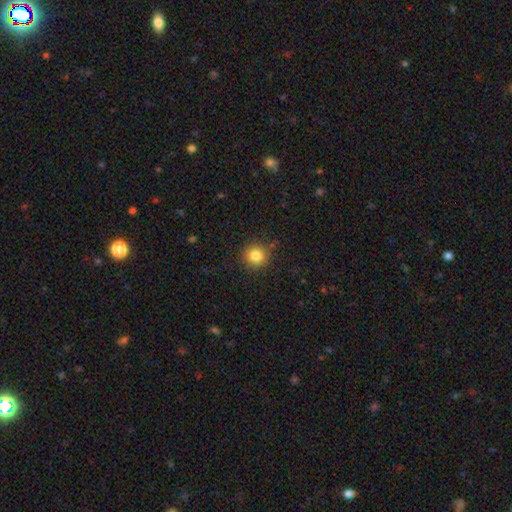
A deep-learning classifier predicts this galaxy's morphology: A smooth galaxy with no disk features (82%) that is round (92%). Merging: none (87%).